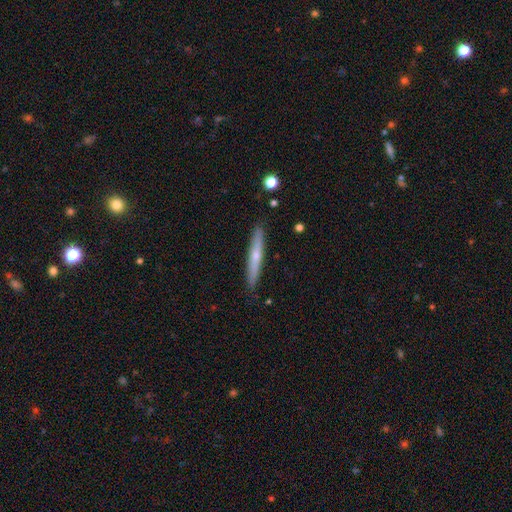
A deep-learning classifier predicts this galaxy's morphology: smooth-or-featured: featured or disk: 48% | smooth: 46% | star or artifact: 6%
  merging: none: 90% | minor disturbance: 7% | major disturbance: 1% | merger: 1%